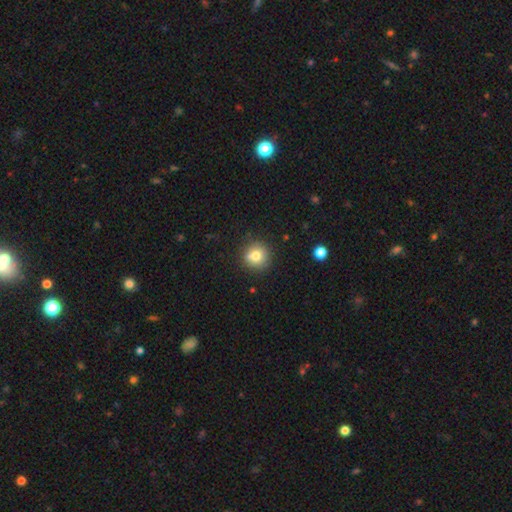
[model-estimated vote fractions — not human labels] A smooth galaxy with no disk features (77%) that is round (92%). Merging: none (78%).